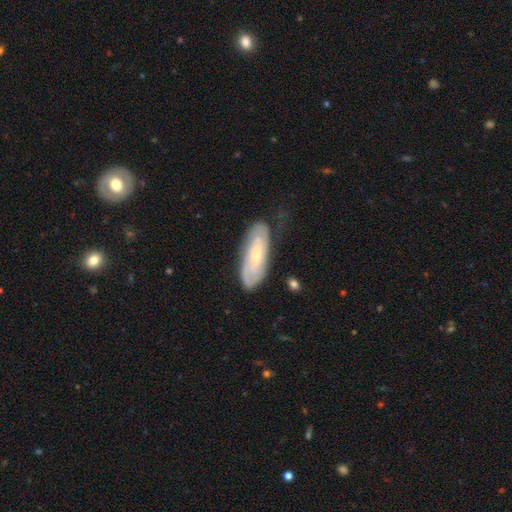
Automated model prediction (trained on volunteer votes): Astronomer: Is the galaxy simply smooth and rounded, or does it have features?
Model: featured or disk — 63%.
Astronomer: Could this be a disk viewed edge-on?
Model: no — 87%.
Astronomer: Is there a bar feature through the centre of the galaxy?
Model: no — 71%.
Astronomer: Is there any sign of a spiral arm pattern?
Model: yes — 82%.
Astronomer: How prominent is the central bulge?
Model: small — 68%.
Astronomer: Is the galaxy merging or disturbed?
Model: none — 63%.